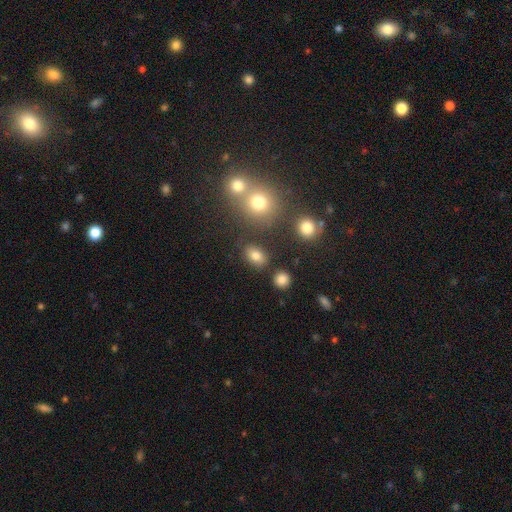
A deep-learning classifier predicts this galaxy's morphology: The model was most divided on "how rounded": in between: 76%, round: 22%, cigar-shaped: 2%. More confident: merging — none (80%); smooth or featured — smooth (79%).